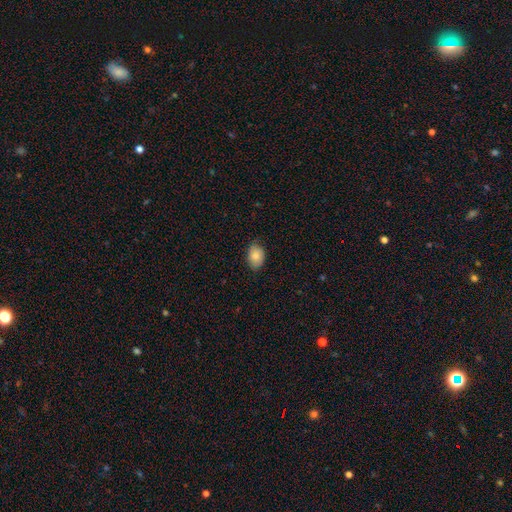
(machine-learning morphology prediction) The model was most divided on "merging": none: 77%, minor disturbance: 19%, major disturbance: 3%, merger: 1%. More confident: smooth or featured — smooth (84%); how rounded — in between (82%).